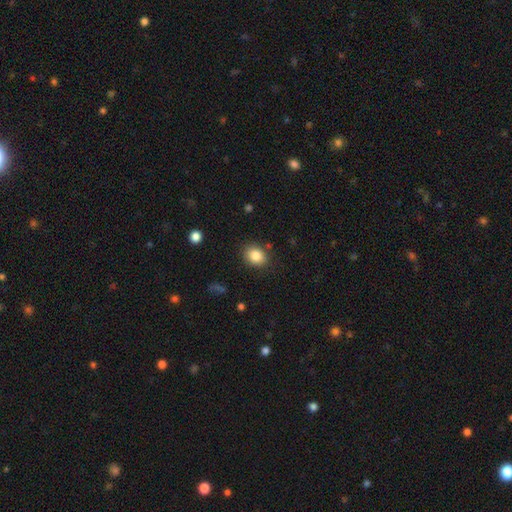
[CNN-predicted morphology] smooth-or-featured: smooth: 84% | star or artifact: 9% | featured or disk: 7%
  how-rounded: in between: 52% | round: 47% | cigar-shaped: 1%
  merging: none: 85% | minor disturbance: 10% | major disturbance: 3% | merger: 2%